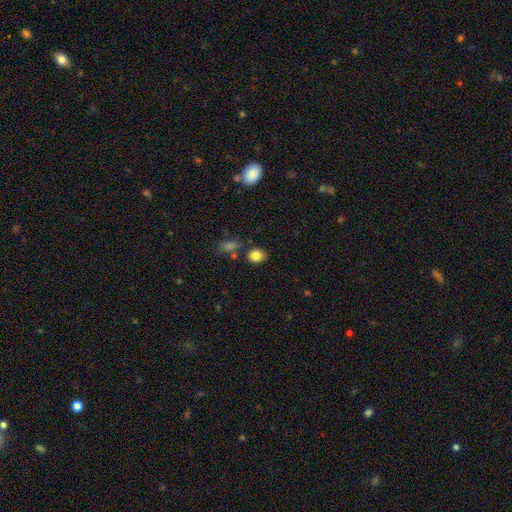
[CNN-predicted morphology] This appears to be a smooth galaxy with no disk features (83%) that is round (65%). Merging: none (79%).